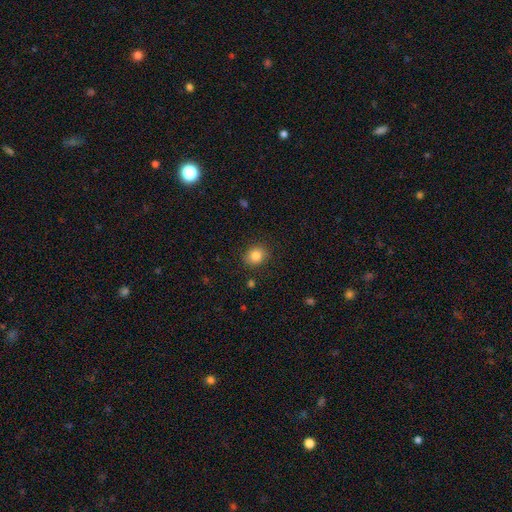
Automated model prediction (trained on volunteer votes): Morphology: type=smooth (84%); roundness=round (64%); merging=none (87%).